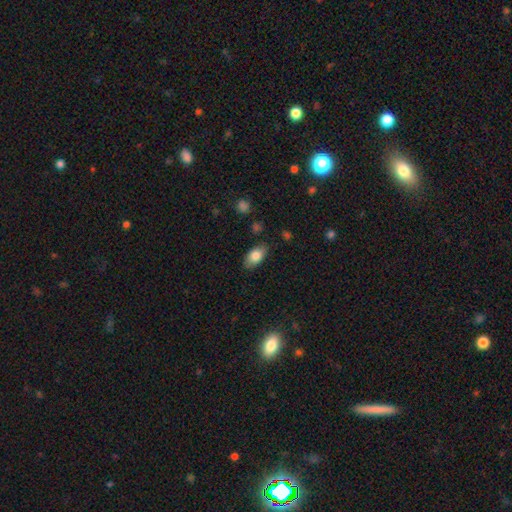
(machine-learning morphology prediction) A smooth galaxy with no disk features (82%) that is in between round and cigar-shaped (92%). Merging: none (82%).